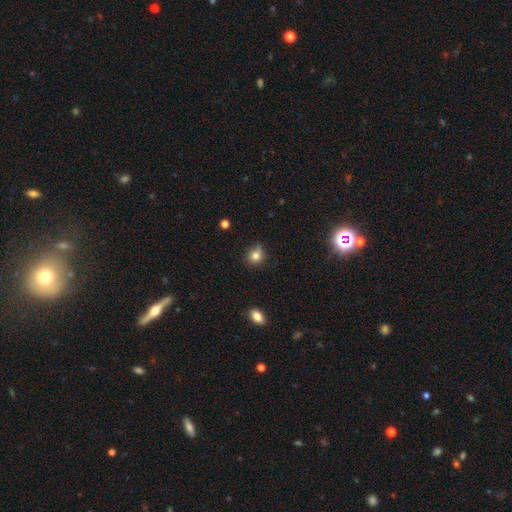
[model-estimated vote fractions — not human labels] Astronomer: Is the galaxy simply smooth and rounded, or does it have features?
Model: smooth — 80%.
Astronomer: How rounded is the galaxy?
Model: round — 78%.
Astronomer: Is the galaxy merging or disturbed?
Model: none — 60%.